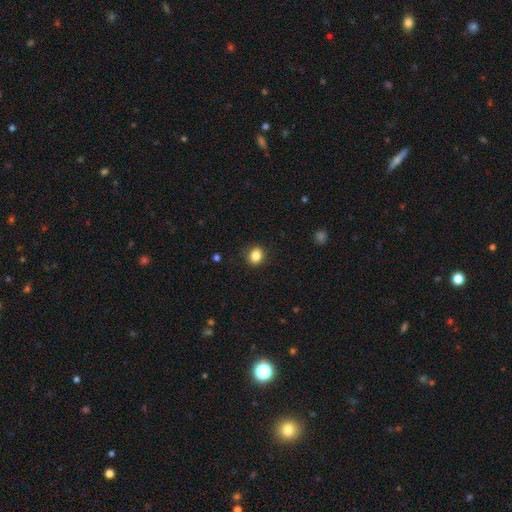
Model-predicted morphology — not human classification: Smooth or featured?
  - smooth: 86% *
  - star or artifact: 10%
  - featured or disk: 5%
How rounded?
  - round: 60% *
  - in between: 39%
  - cigar-shaped: 1%
Merging?
  - none: 89% *
  - minor disturbance: 8%
  - major disturbance: 2%
  - merger: 1%